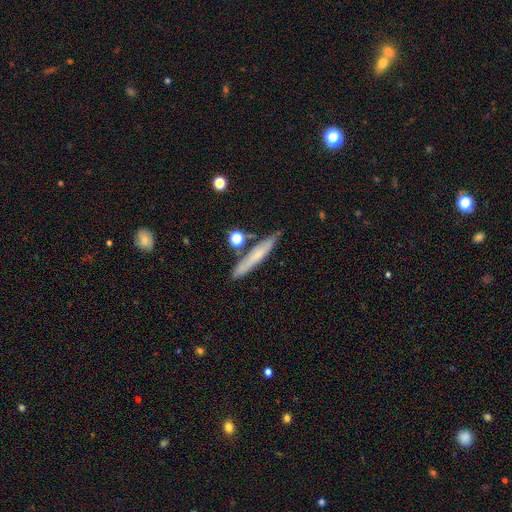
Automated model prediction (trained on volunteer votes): Q: Smooth or featured?
A: smooth (56%); runner-up: featured or disk (36%)
Q: How rounded?
A: cigar-shaped (92%); runner-up: in between (6%)
Q: Merging?
A: none (78%); runner-up: minor disturbance (12%)